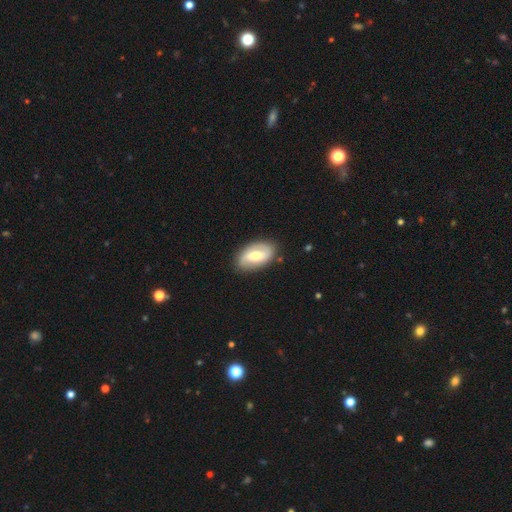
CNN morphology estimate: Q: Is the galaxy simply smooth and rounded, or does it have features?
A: featured or disk — 58%.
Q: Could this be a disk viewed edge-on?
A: no — 95%.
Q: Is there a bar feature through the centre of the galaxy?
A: weak — 42%.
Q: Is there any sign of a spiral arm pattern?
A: yes — 76%.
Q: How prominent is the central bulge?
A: moderate — 65%.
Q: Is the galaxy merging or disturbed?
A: none — 83%.